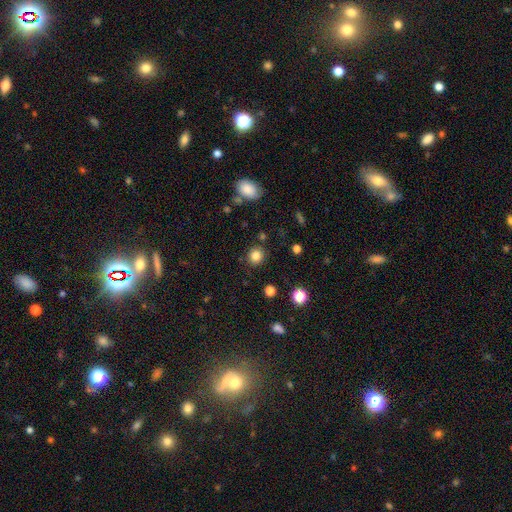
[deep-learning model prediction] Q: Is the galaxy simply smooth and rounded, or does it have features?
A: smooth — 83%.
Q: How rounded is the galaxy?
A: round — 87%.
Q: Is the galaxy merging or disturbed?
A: none — 87%.